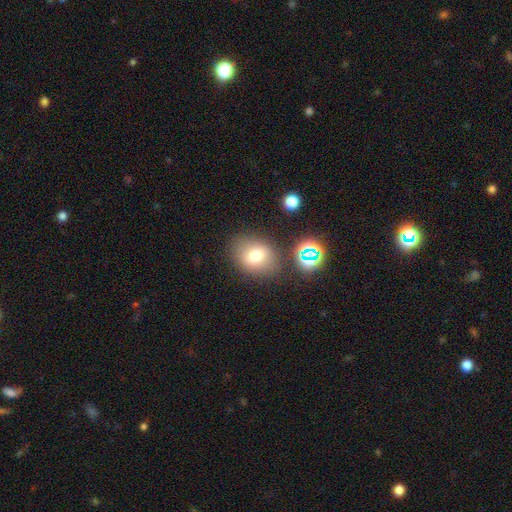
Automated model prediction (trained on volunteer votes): Smooth or featured? smooth (74%)
How rounded? in between (53%)
Merging? none (75%)